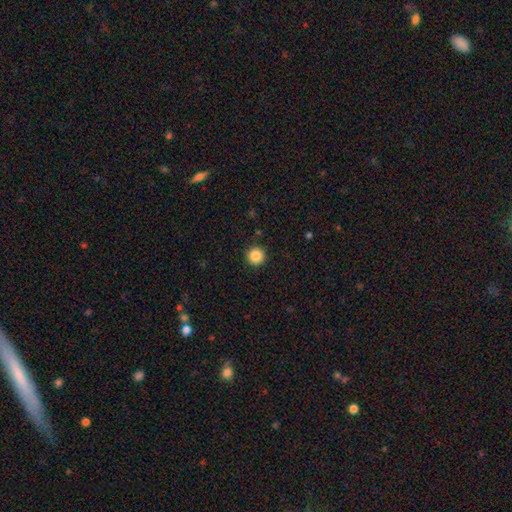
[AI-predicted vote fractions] smooth_or_featured: smooth (p=0.87) [alt: star or artifact p=0.10]
how_rounded: round (p=0.96) [alt: in between p=0.03]
merging: none (p=0.91) [alt: minor disturbance p=0.06]